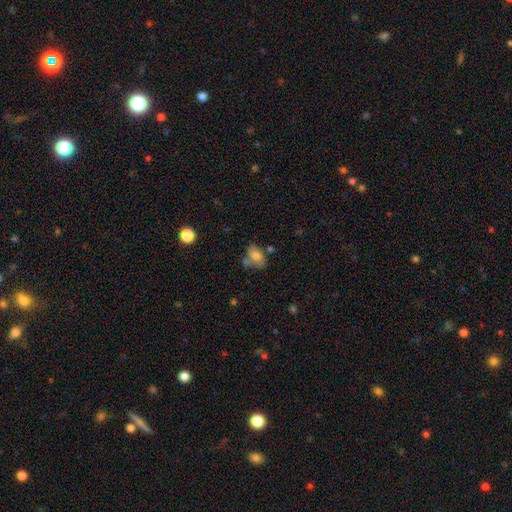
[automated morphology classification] type=smooth (69%); roundness=in between (76%); merging=none (48%).